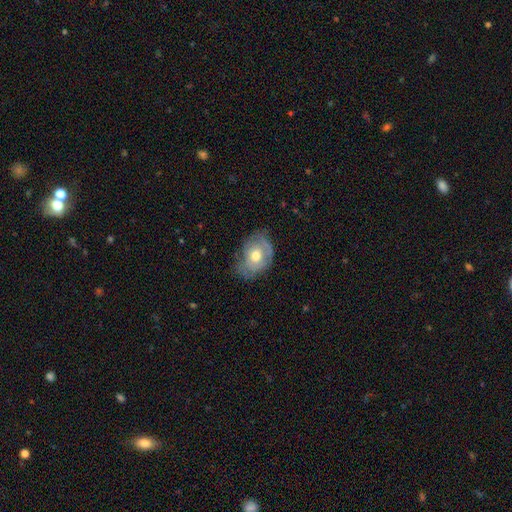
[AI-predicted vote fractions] Overall: featured or disk (51%; smooth 42%). Edge-on disk: no (93%). Merging: none (57%; minor disturbance 30%).